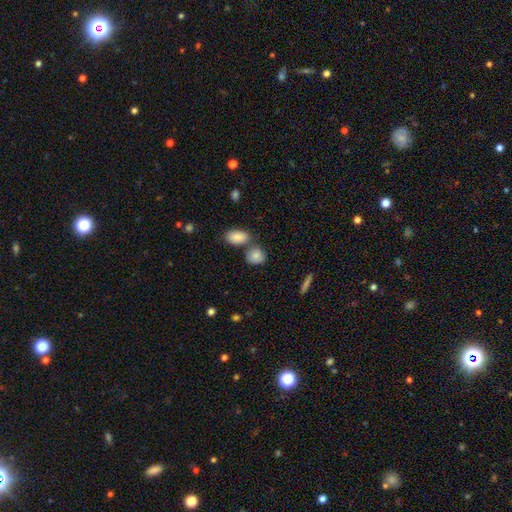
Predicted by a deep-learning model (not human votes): Smooth or featured: smooth — 85% (star or artifact — 8%)
How rounded: round — 54% (in between — 44%)
Merging: none — 58% (merger — 27%)